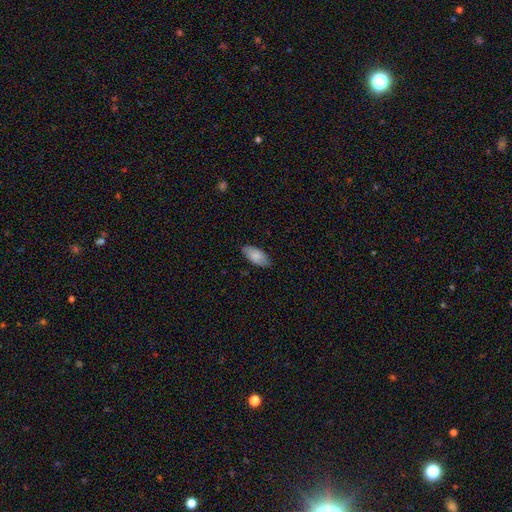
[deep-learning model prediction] A smooth galaxy with no disk features (82%) that is in between round and cigar-shaped (91%). Merging: none (84%).